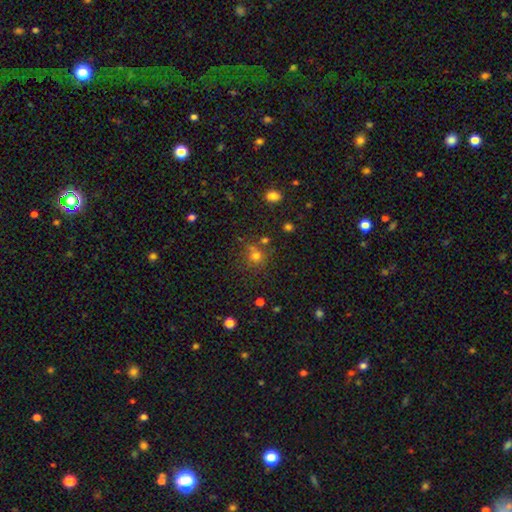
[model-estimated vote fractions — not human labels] Morphology: type=smooth (71%); roundness=round (86%); merging=none (67%).